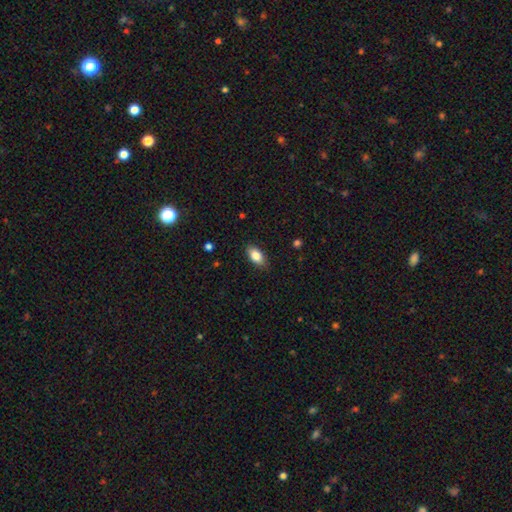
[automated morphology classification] smooth 84%, featured or disk 9%, star or artifact 7%. Down the decision tree: how rounded — in between (91%); merging — none (87%).